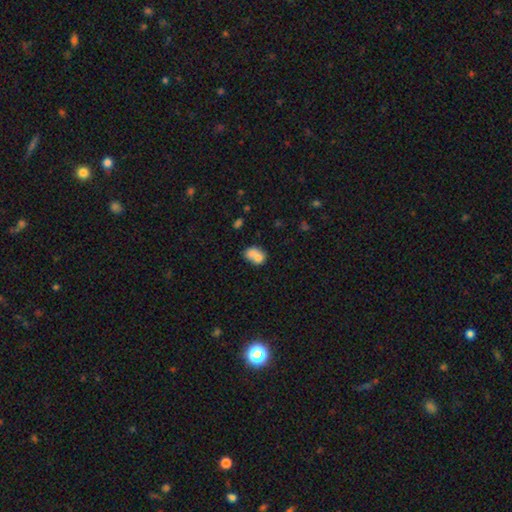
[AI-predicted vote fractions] The model was most divided on "how rounded": in between: 56%, round: 43%, cigar-shaped: 1%. More confident: smooth or featured — smooth (73%); merging — merger (60%).